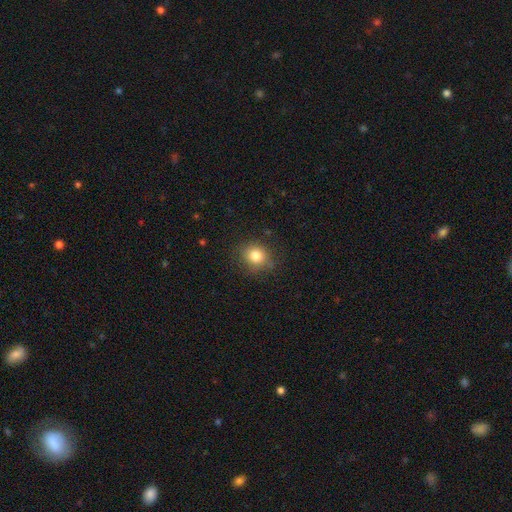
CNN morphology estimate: type=smooth (82%); roundness=round (79%); merging=none (80%).